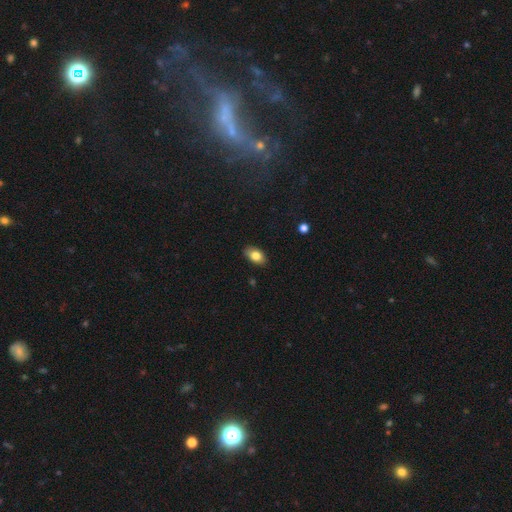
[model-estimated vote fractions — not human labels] This appears to be a smooth galaxy with no disk features (81%) that is in between round and cigar-shaped (90%). Merging: none (86%).